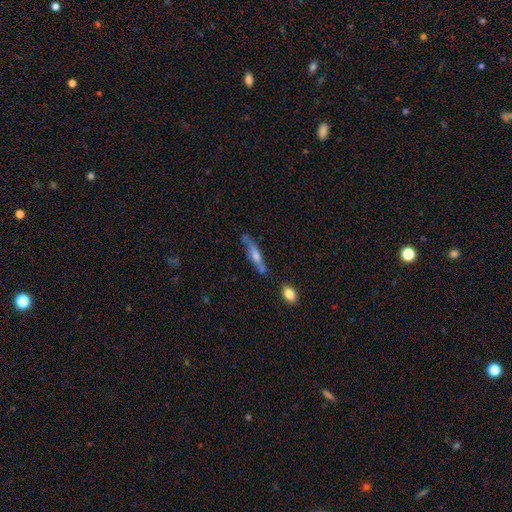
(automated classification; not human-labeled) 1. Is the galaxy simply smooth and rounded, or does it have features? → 53% featured or disk, 40% smooth, 8% star or artifact.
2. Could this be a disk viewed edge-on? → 85% yes, 15% no.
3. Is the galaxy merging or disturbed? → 66% none, 20% minor disturbance, 9% merger, 5% major disturbance.